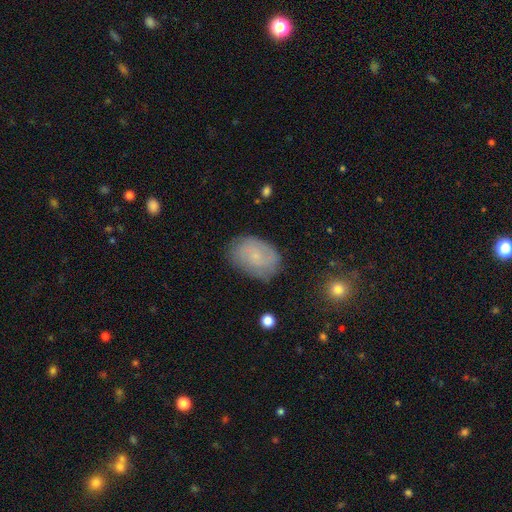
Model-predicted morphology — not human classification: Smooth or featured? smooth (55%)
How rounded? in between (84%)
Merging? none (74%)